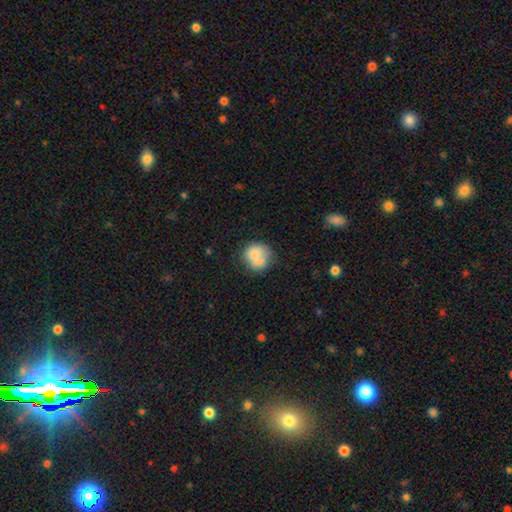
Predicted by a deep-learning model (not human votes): smooth-or-featured: smooth: 72% | featured or disk: 20% | star or artifact: 8%
  how-rounded: round: 82% | in between: 17% | cigar-shaped: 1%
  merging: none: 44% | merger: 32% | minor disturbance: 17% | major disturbance: 7%